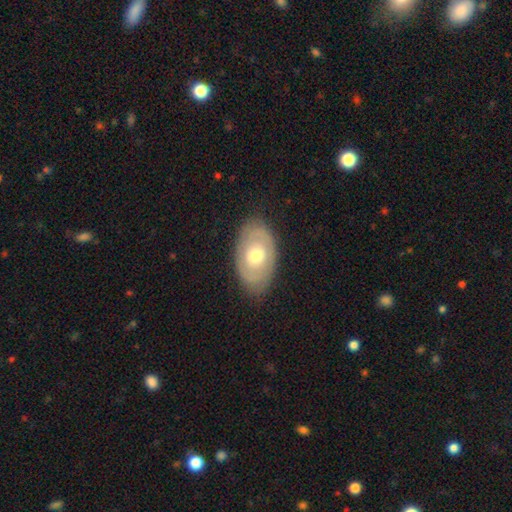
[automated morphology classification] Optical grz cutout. It shows a featured or disk galaxy (50%). Merging: none (80%).